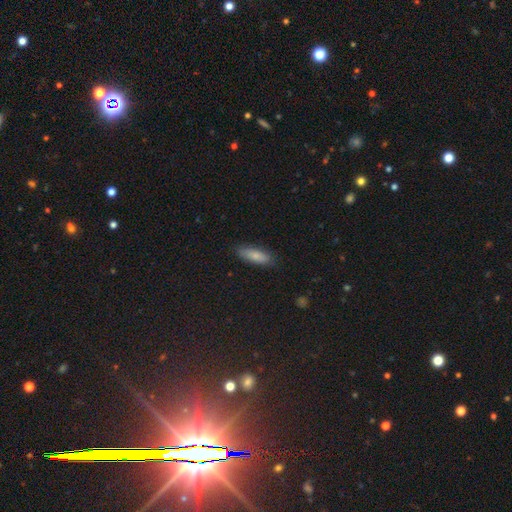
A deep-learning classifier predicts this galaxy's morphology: smooth 80%, featured or disk 14%, star or artifact 6%. Down the decision tree: how rounded — in between (57%); merging — none (84%).